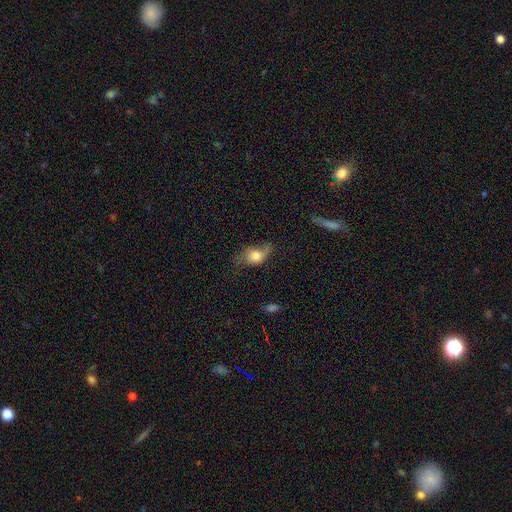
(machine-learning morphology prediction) This appears to be a smooth galaxy with no disk features (67%) that is in between round and cigar-shaped (69%). Merging: none (40%).